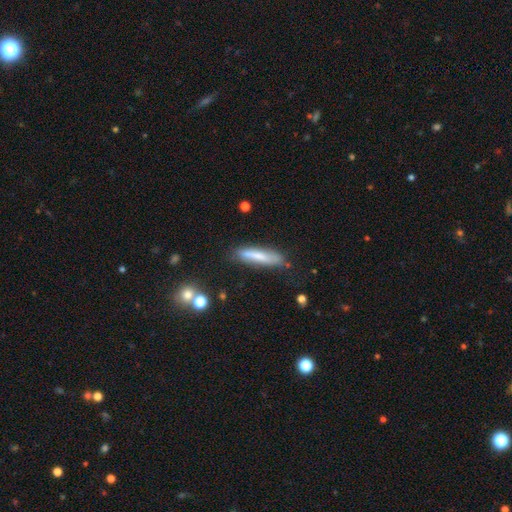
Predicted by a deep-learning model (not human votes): smooth 65%, featured or disk 27%, star or artifact 8%. Down the decision tree: how rounded — cigar-shaped (86%); merging — none (78%).